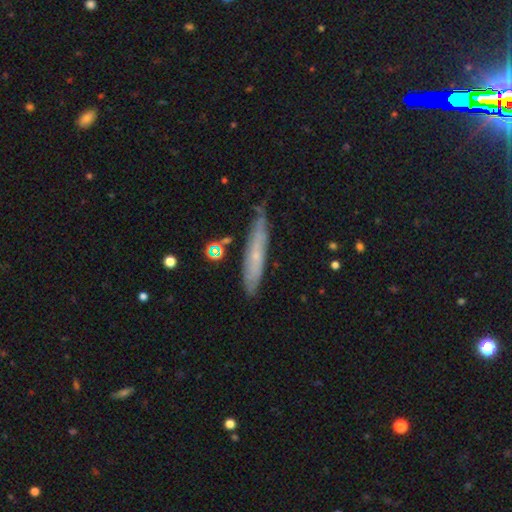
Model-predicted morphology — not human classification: The model was most divided on "smooth or featured": featured or disk: 48%, smooth: 45%, star or artifact: 7%. More confident: merging — none (74%).